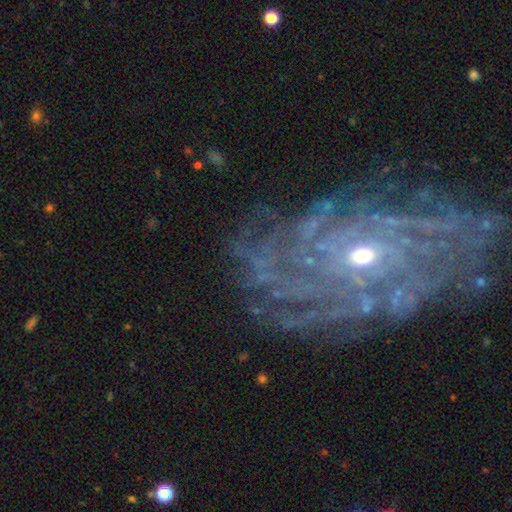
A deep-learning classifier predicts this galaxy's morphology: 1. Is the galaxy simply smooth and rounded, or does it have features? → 85% featured or disk, 9% star or artifact, 5% smooth.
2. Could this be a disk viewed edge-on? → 96% no, 4% yes.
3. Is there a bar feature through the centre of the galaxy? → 65% no, 25% weak, 11% strong.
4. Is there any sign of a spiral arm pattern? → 94% yes, 6% no.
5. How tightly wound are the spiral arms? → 73% tight, 21% medium, 6% loose.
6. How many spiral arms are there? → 34% more than 4, 30% can't tell, 13% 4, 9% 3, 8% 2, 7% 1.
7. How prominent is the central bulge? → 58% small, 38% moderate, 2% large, 1% none, 1% dominant.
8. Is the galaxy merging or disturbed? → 74% none, 14% minor disturbance, 9% major disturbance, 2% merger.